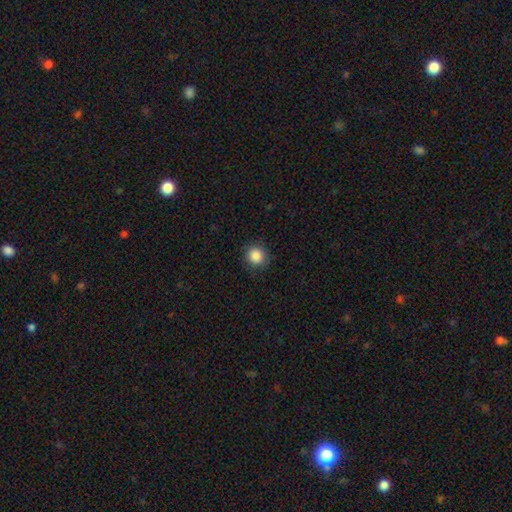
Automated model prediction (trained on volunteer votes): Morphology: type=smooth (87%); roundness=round (90%); merging=none (88%).